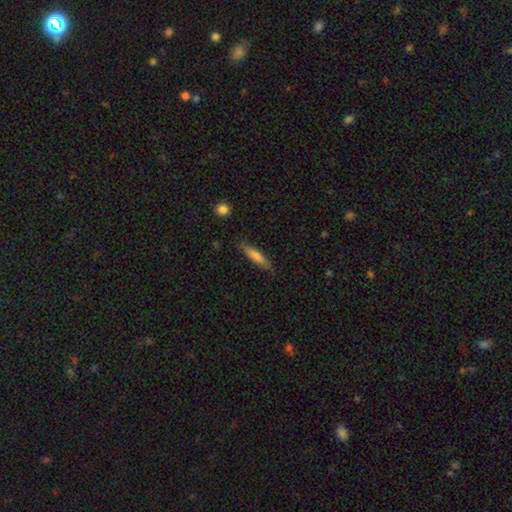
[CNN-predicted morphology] Smooth or featured? smooth (77%)
How rounded? cigar-shaped (80%)
Merging? none (84%)